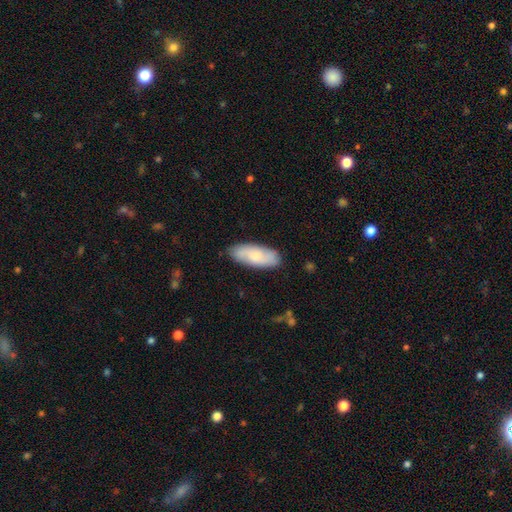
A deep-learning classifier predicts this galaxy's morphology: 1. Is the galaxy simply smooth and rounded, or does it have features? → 66% smooth, 28% featured or disk, 6% star or artifact.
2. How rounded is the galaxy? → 76% in between, 23% cigar-shaped, 2% round.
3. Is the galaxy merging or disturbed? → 84% none, 12% minor disturbance, 2% major disturbance, 1% merger.